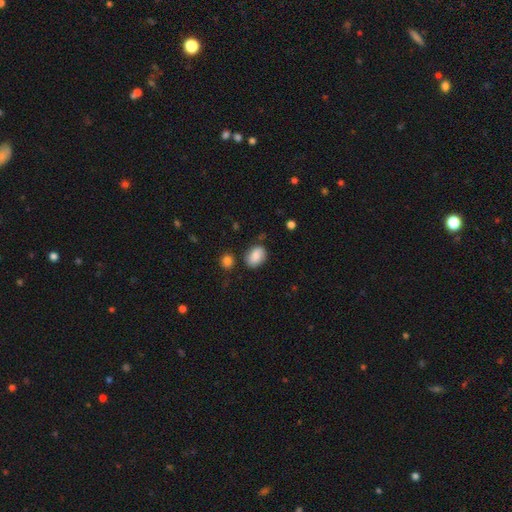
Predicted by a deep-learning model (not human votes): Q: Smooth or featured?
A: smooth (81%); runner-up: featured or disk (11%)
Q: How rounded?
A: in between (79%); runner-up: round (20%)
Q: Merging?
A: none (73%); runner-up: minor disturbance (18%)